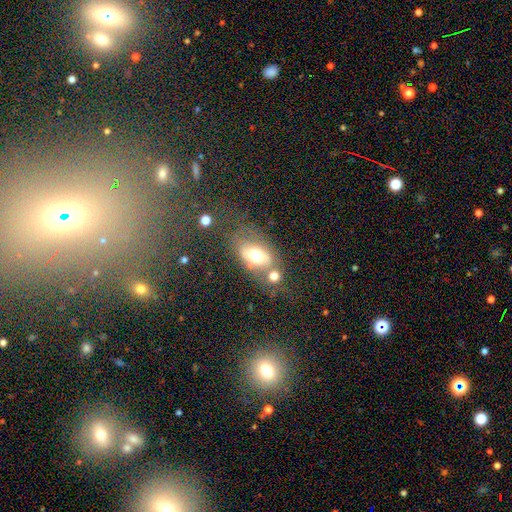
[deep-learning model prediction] This appears to be a smooth galaxy with no disk features (57%) that is in between round and cigar-shaped (82%). Merging: none (39%).